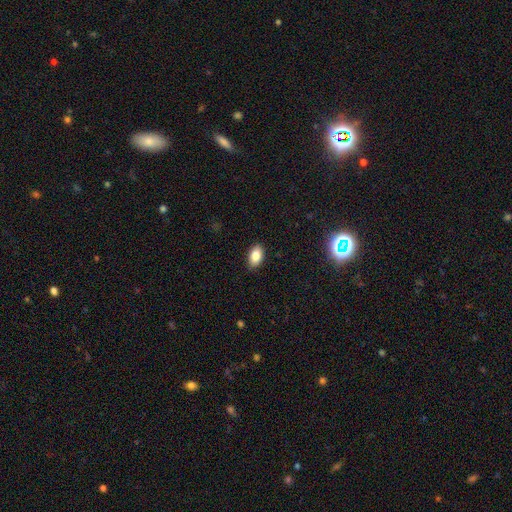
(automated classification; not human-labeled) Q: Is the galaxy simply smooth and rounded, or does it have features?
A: smooth — 86%.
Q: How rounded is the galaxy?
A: in between — 92%.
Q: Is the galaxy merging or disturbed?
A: none — 88%.